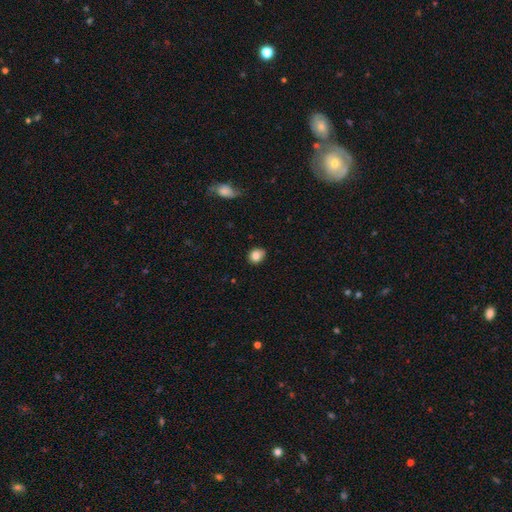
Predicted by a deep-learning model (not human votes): Overall: smooth (83%). How rounded: round (60%; in between 39%). Merging: none (79%).